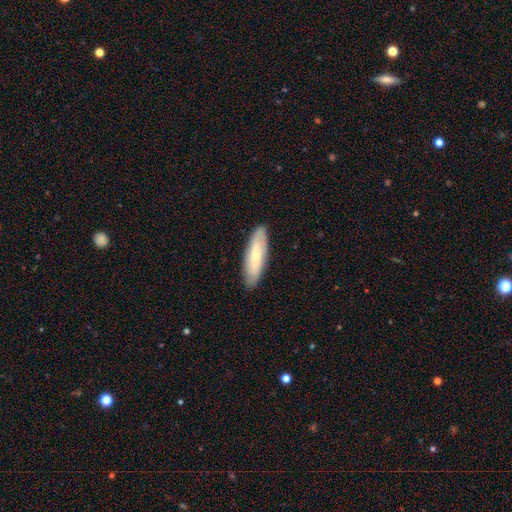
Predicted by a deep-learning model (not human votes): Q: Smooth or featured?
A: smooth (55%); runner-up: featured or disk (39%)
Q: How rounded?
A: cigar-shaped (57%); runner-up: in between (42%)
Q: Merging?
A: none (87%); runner-up: minor disturbance (10%)